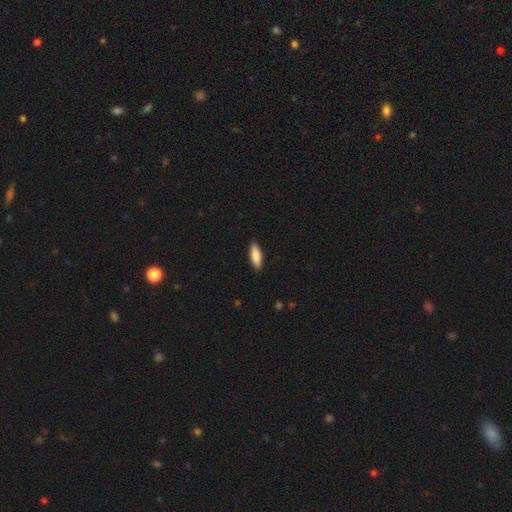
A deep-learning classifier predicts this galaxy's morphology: Smooth or featured: smooth — 85% (featured or disk — 9%)
How rounded: cigar-shaped — 50% (in between — 49%)
Merging: none — 89% (minor disturbance — 8%)